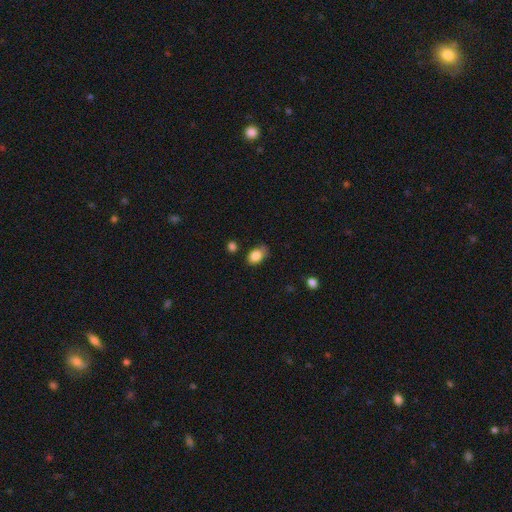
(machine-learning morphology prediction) Smooth or featured? Predicted: smooth (p=0.85). How rounded? Predicted: in between (p=0.82). Merging? Predicted: none (p=0.60).